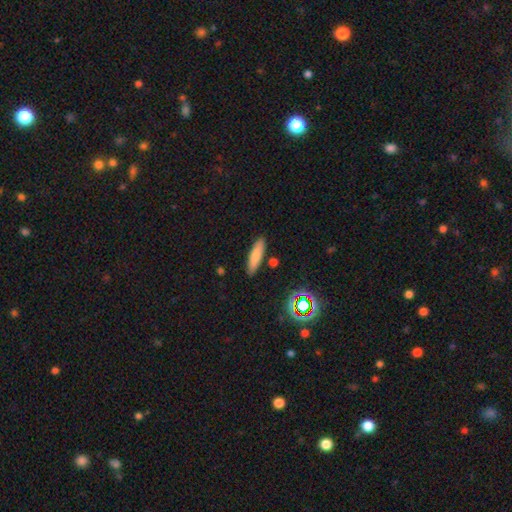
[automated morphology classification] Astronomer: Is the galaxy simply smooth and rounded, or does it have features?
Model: smooth — 77%.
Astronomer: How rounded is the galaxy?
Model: cigar-shaped — 69%.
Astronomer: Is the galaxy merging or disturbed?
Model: none — 86%.